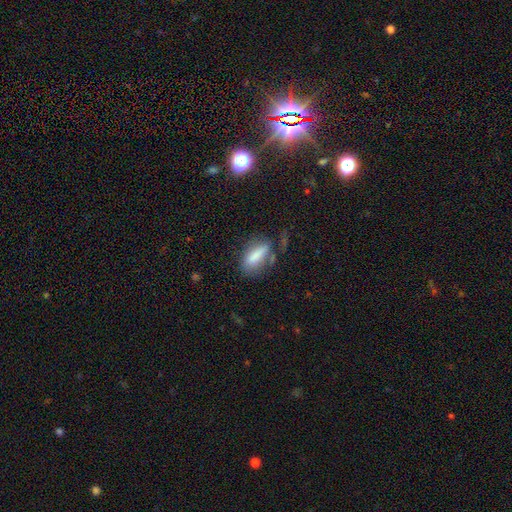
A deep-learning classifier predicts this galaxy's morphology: A smooth galaxy with no disk features (78%) that is in between round and cigar-shaped (71%).

Vote fractions:
- Smooth or featured? smooth: 78% / featured or disk: 14% / star or artifact: 8%
- How rounded? in between: 71% / cigar-shaped: 26% / round: 3%
- Merging? none: 54% / minor disturbance: 23% / major disturbance: 14% / merger: 9%